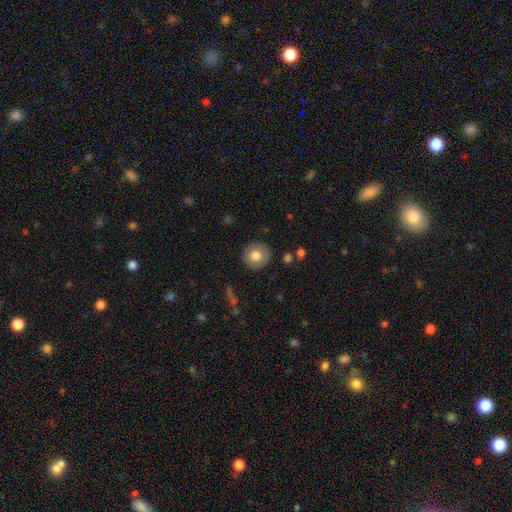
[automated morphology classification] Smooth or featured?
  - smooth: 76% *
  - featured or disk: 16%
  - star or artifact: 8%
How rounded?
  - round: 93% *
  - in between: 6%
  - cigar-shaped: 1%
Merging?
  - none: 89% *
  - minor disturbance: 7%
  - major disturbance: 2%
  - merger: 1%